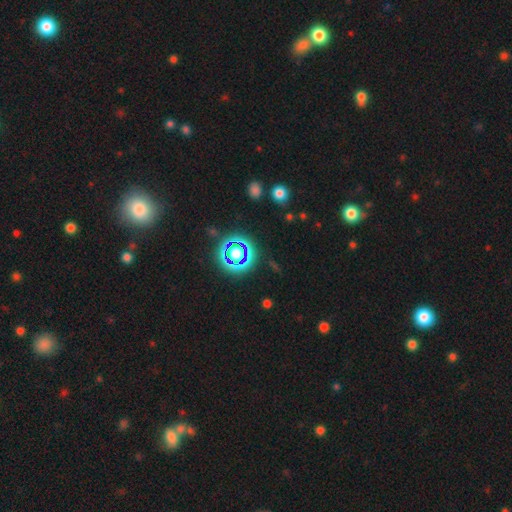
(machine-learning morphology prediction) This appears to be a star or artifact, not a galaxy (69%).